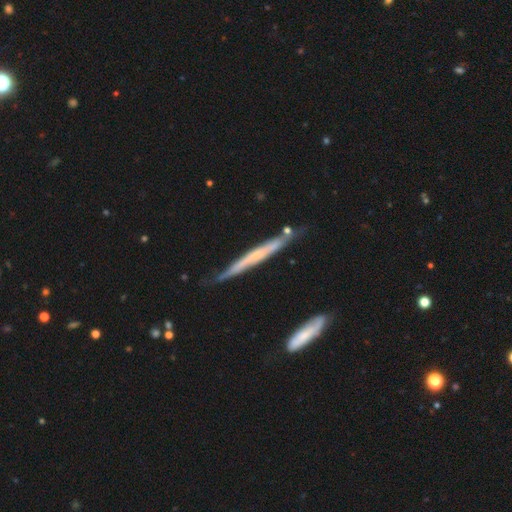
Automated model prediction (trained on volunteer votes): featured or disk 61%, smooth 33%, star or artifact 6%. Down the decision tree: edge-on disk — yes (91%); edge-on bulge — none (70%); merging — none (70%).